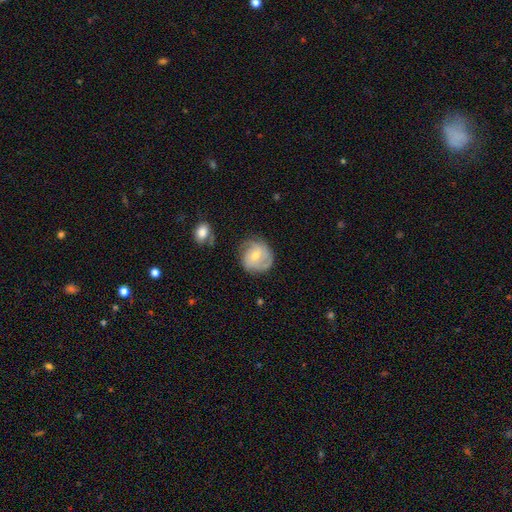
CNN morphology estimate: Smooth or featured? featured or disk (61%)
Edge-on disk? no (97%)
Bar? no (58%)
Spiral arms? yes (87%)
Spiral winding? tight (50%)
Spiral arm count? 2 (32%)
Bulge size? moderate (51%)
Merging? none (68%)